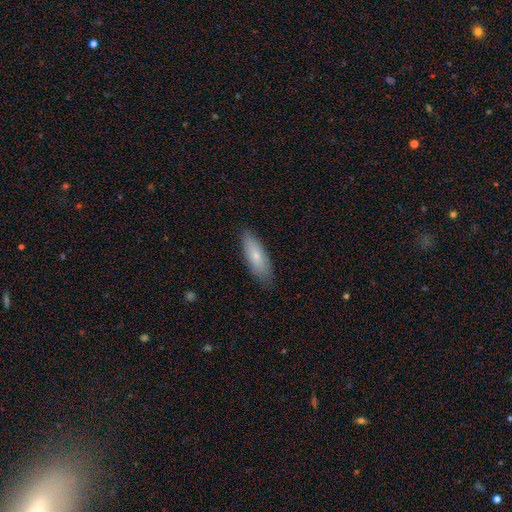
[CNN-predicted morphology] Q: Smooth or featured?
A: smooth (74%); runner-up: featured or disk (20%)
Q: How rounded?
A: in between (65%); runner-up: cigar-shaped (33%)
Q: Merging?
A: none (82%); runner-up: minor disturbance (14%)